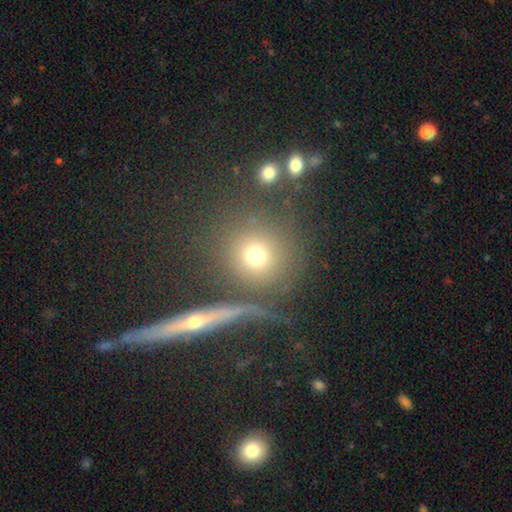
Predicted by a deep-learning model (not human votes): Q: Smooth or featured?
A: smooth (69%); runner-up: featured or disk (16%)
Q: How rounded?
A: round (88%); runner-up: in between (10%)
Q: Merging?
A: none (64%); runner-up: merger (15%)